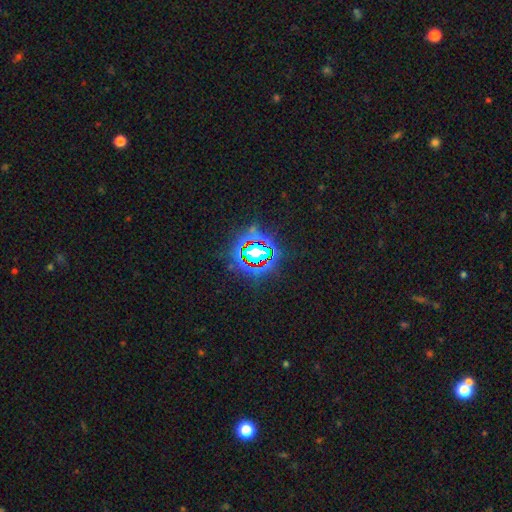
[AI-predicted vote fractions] This appears to be a star or artifact, not a galaxy (82%).